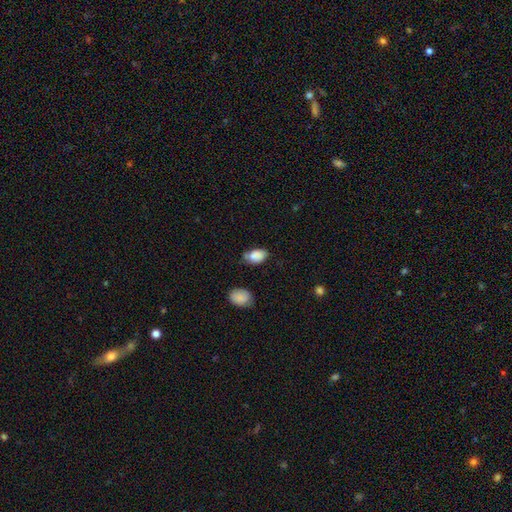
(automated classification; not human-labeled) smooth_or_featured: smooth (p=0.84) [alt: star or artifact p=0.08]
how_rounded: in between (p=0.89) [alt: round p=0.09]
merging: none (p=0.53) [alt: minor disturbance p=0.31]